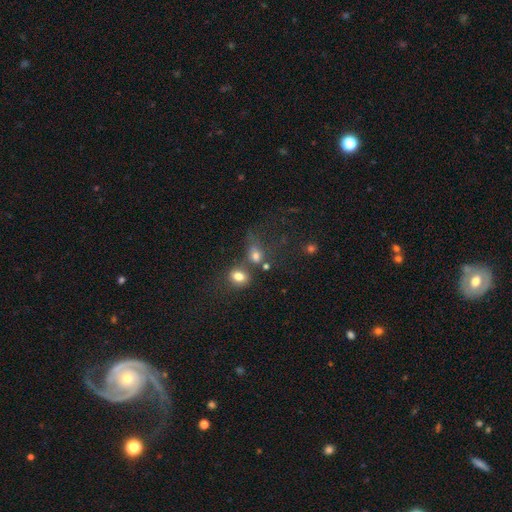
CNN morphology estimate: Q: Smooth or featured?
A: smooth (73%); runner-up: star or artifact (15%)
Q: How rounded?
A: in between (51%); runner-up: round (47%)
Q: Merging?
A: none (37%); runner-up: merger (36%)